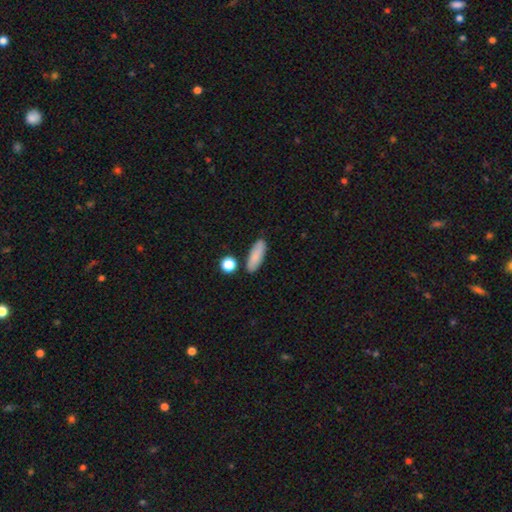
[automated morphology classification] smooth_or_featured: smooth (p=0.84) [alt: featured or disk p=0.09]
how_rounded: in between (p=0.65) [alt: cigar-shaped p=0.32]
merging: none (p=0.82) [alt: minor disturbance p=0.11]